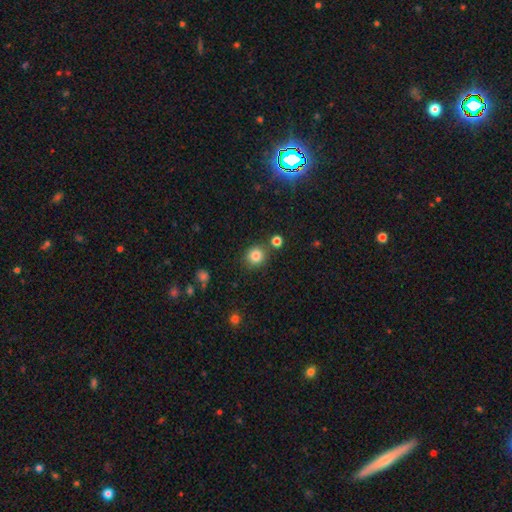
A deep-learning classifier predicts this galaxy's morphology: Overall: smooth (84%). How rounded: round (90%). Merging: none (82%).